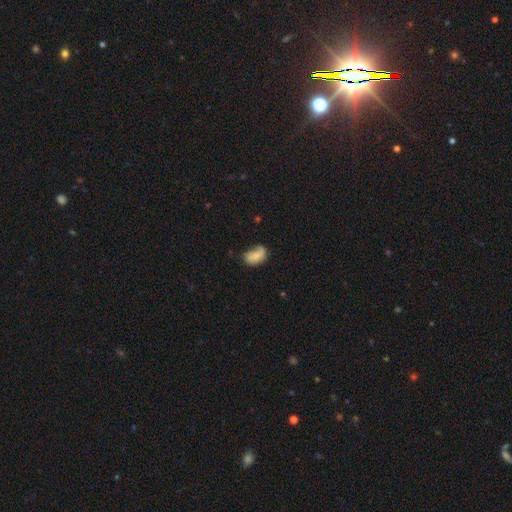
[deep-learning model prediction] smooth_or_featured: smooth (p=0.65) [alt: featured or disk p=0.26]
how_rounded: in between (p=0.87) [alt: round p=0.12]
merging: none (p=0.42) [alt: minor disturbance p=0.33]